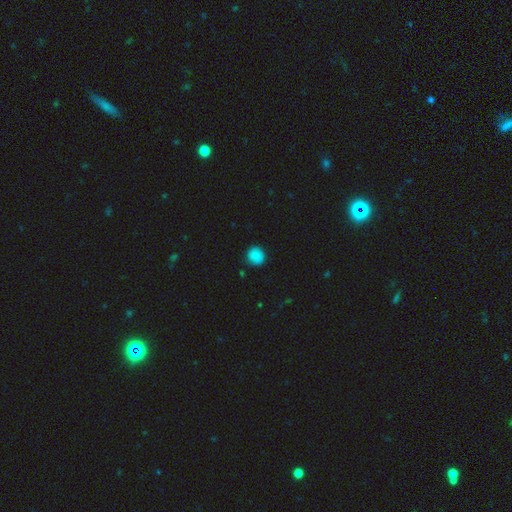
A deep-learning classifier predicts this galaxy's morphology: Q: Smooth or featured?
A: smooth (83%); runner-up: star or artifact (9%)
Q: How rounded?
A: round (91%); runner-up: in between (8%)
Q: Merging?
A: none (85%); runner-up: minor disturbance (11%)